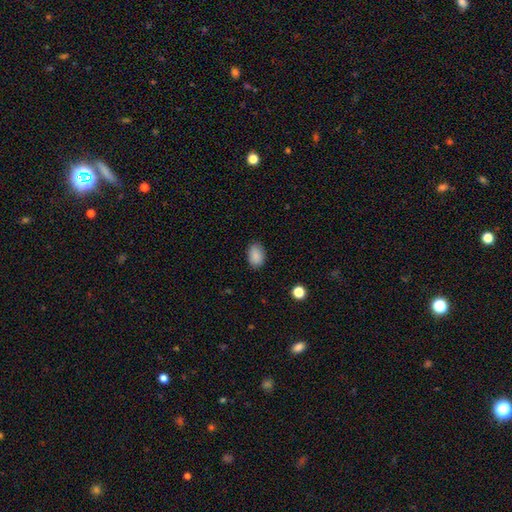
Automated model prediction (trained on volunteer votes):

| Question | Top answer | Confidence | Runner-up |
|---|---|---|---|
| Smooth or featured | smooth | 88% | star or artifact (8%) |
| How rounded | in between | 83% | round (16%) |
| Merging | none | 82% | minor disturbance (14%) |